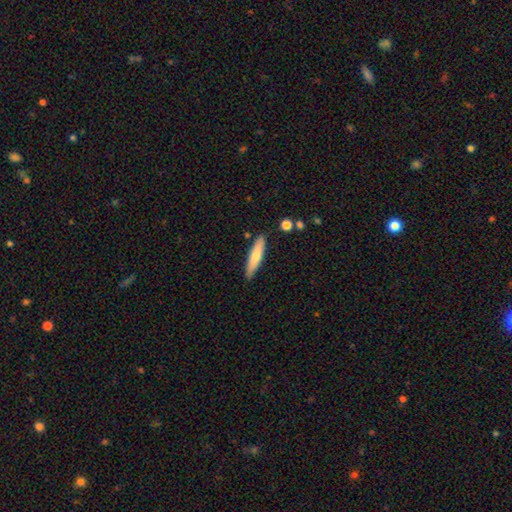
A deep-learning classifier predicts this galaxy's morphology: The model was most divided on "smooth or featured": smooth: 68%, featured or disk: 26%, star or artifact: 6%. More confident: merging — none (85%); how rounded — cigar-shaped (81%).